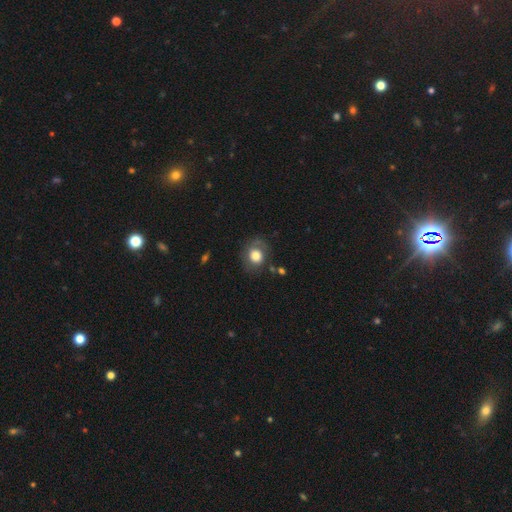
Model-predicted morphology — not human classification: smooth_or_featured: smooth (p=0.69) [alt: featured or disk p=0.23]
how_rounded: round (p=0.64) [alt: in between p=0.35]
merging: none (p=0.65) [alt: minor disturbance p=0.21]